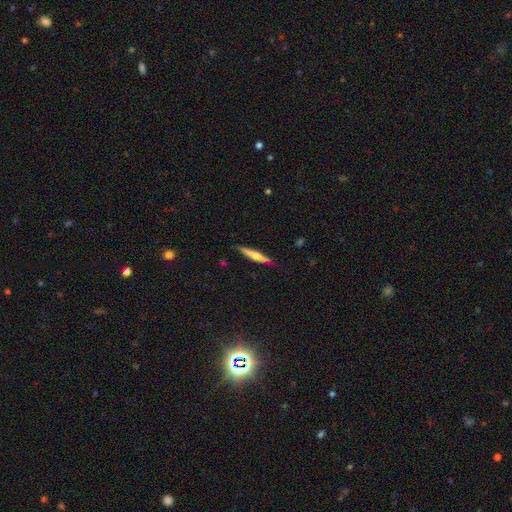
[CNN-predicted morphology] Smooth or featured?
  - featured or disk: 53% *
  - smooth: 41%
  - star or artifact: 6%
Edge-on disk?
  - yes: 96% *
  - no: 4%
Edge-on bulge?
  - rounded: 74% *
  - none: 17%
  - boxy: 9%
Merging?
  - none: 86% *
  - minor disturbance: 11%
  - major disturbance: 2%
  - merger: 1%